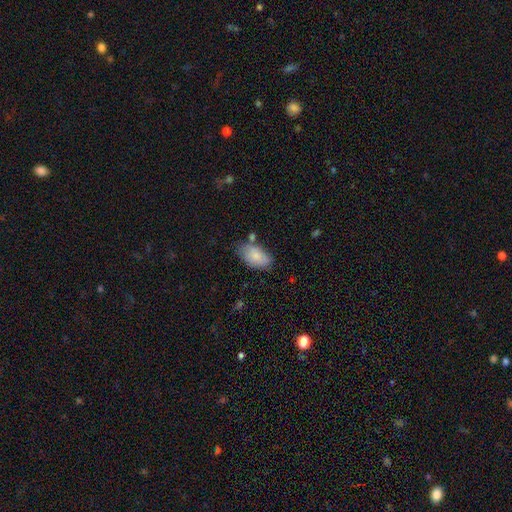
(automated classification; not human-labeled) This is clearly a smooth galaxy (82%). How rounded: clearly in between (94%). Merging: likely none (62%).